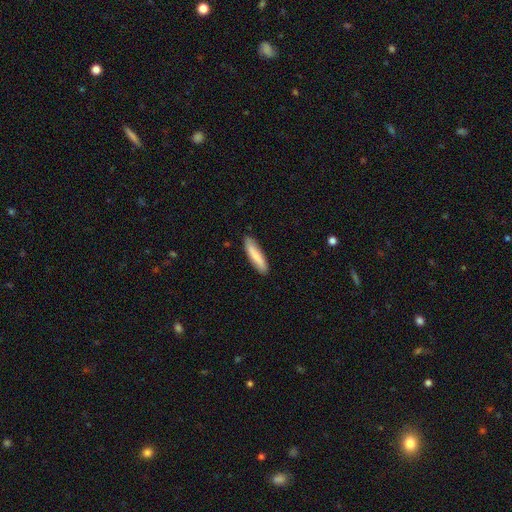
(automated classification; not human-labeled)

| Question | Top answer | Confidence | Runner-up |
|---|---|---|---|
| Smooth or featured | smooth | 82% | featured or disk (13%) |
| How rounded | cigar-shaped | 79% | in between (20%) |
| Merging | none | 88% | minor disturbance (10%) |